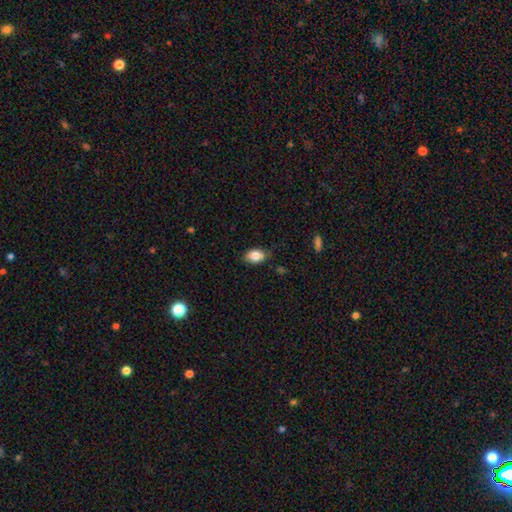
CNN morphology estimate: This appears to be a smooth galaxy with no disk features (83%) that is in between round and cigar-shaped (84%). Merging: none (82%).